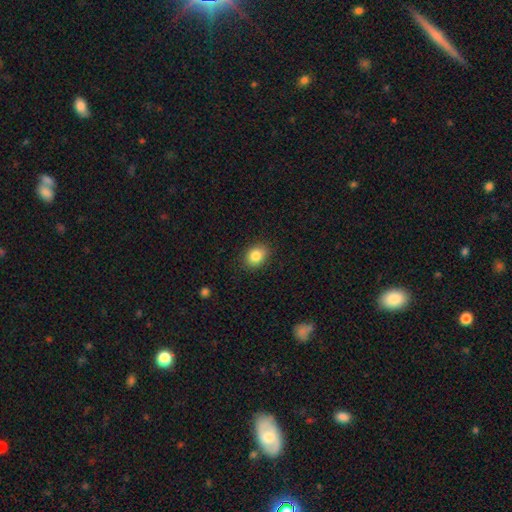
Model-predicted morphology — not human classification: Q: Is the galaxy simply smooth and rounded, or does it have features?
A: smooth — 84%.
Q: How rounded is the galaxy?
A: in between — 62%.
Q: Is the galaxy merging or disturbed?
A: none — 87%.